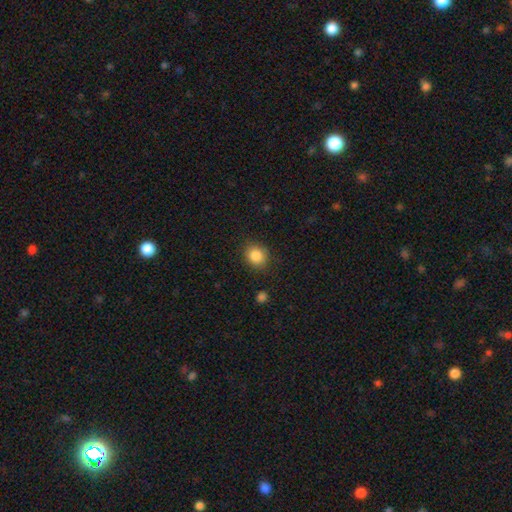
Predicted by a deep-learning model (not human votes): smooth 86%, star or artifact 9%, featured or disk 5%. Down the decision tree: how rounded — round (73%); merging — none (85%).